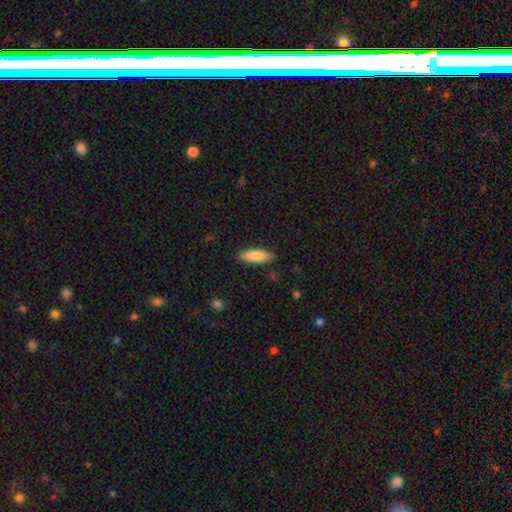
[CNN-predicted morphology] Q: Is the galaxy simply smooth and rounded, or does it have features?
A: smooth — 79%.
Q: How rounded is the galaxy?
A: in between — 55%.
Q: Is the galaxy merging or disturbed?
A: none — 87%.